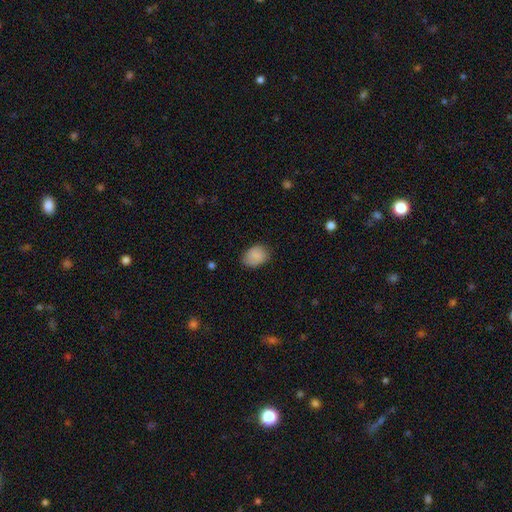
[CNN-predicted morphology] Smooth or featured? Predicted: smooth (p=0.87). How rounded? Predicted: in between (p=0.69). Merging? Predicted: none (p=0.76).